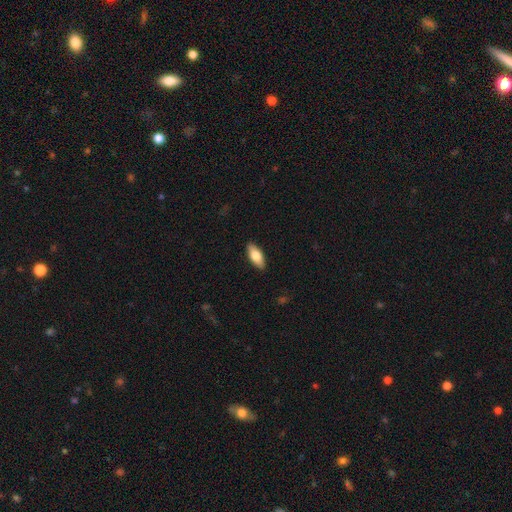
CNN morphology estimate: Smooth or featured? smooth (75%)
How rounded? in between (82%)
Merging? none (90%)